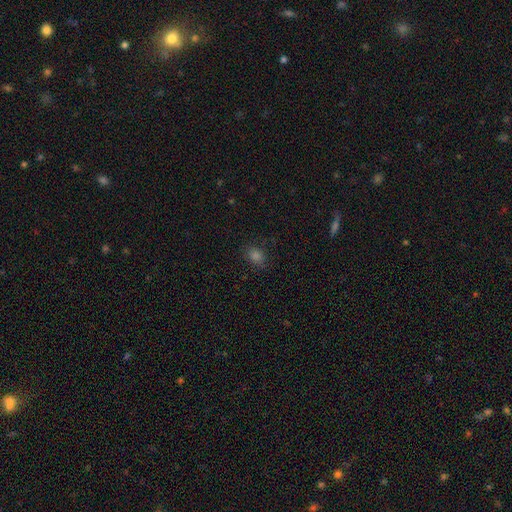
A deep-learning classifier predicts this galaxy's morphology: Smooth or featured: smooth — 76% (star or artifact — 18%)
How rounded: in between — 56% (round — 43%)
Merging: none — 84% (minor disturbance — 11%)